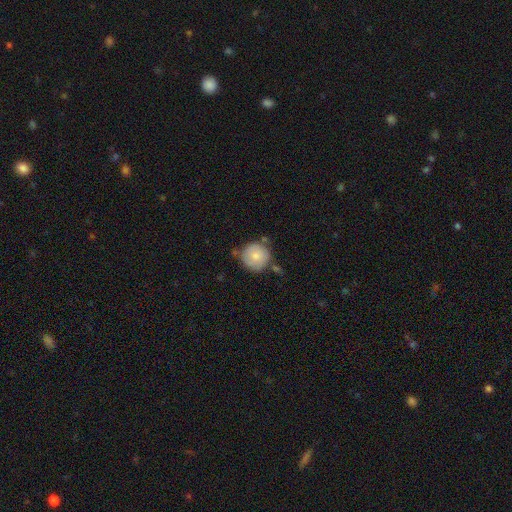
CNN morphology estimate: This is likely a smooth galaxy (77%). How rounded: clearly round (94%). Merging: likely none (68%).